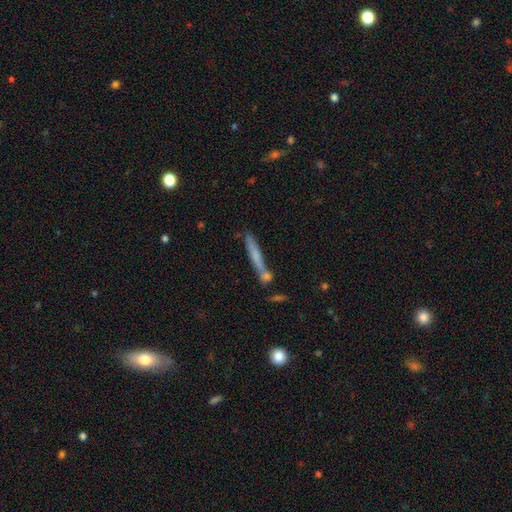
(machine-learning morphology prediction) This appears to be a smooth galaxy with no disk features (58%) that is cigar-shaped (93%). Merging: none (65%).